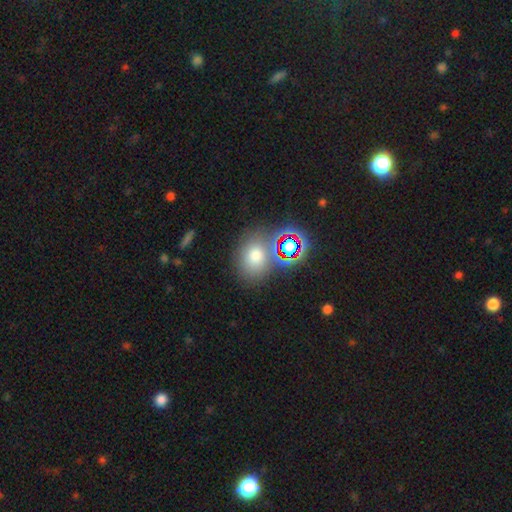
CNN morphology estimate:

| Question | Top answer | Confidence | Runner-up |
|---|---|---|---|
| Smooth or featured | smooth | 67% | star or artifact (23%) |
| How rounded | round | 54% | in between (45%) |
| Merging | none | 68% | merger (13%) |